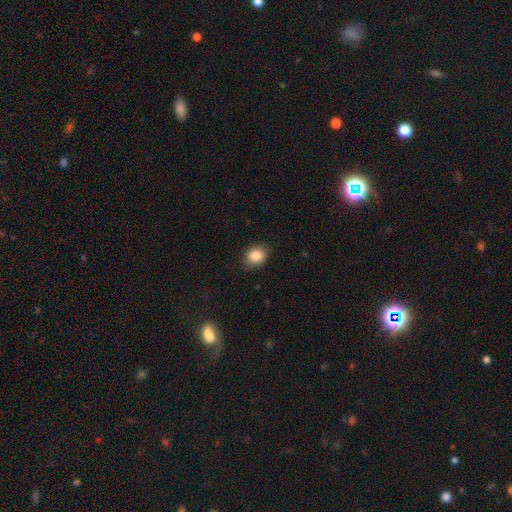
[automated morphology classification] smooth 85%, star or artifact 9%, featured or disk 5%. Down the decision tree: how rounded — round (58%); merging — none (85%).